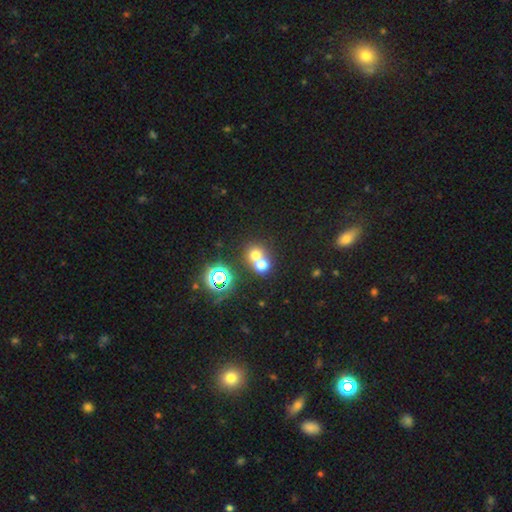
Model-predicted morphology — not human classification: A smooth galaxy with no disk features (64%) that is round (77%).

Vote fractions:
- Smooth or featured? smooth: 64% / star or artifact: 22% / featured or disk: 14%
- How rounded? round: 77% / in between: 22% / cigar-shaped: 1%
- Merging? merger: 60% / none: 32% / minor disturbance: 5% / major disturbance: 3%